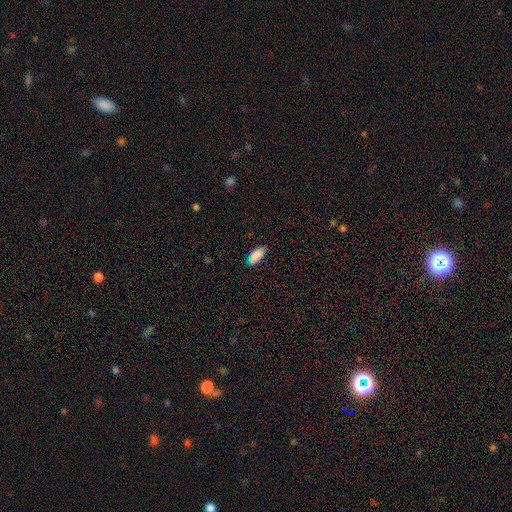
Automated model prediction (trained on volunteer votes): Smooth or featured? Predicted: smooth (p=0.87). How rounded? Predicted: in between (p=0.90). Merging? Predicted: none (p=0.76).